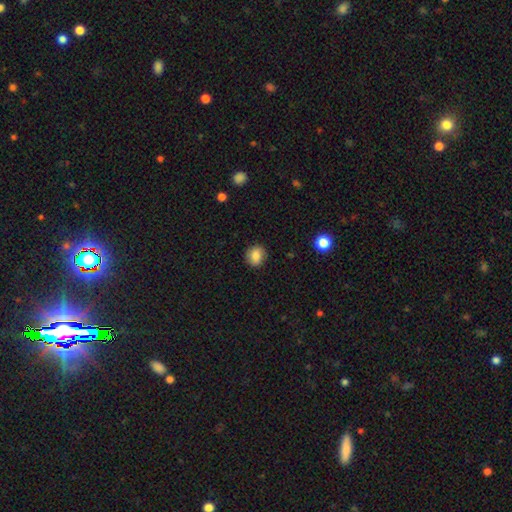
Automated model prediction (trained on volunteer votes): This appears to be a smooth galaxy with no disk features (83%) that is round (77%). Merging: none (87%).